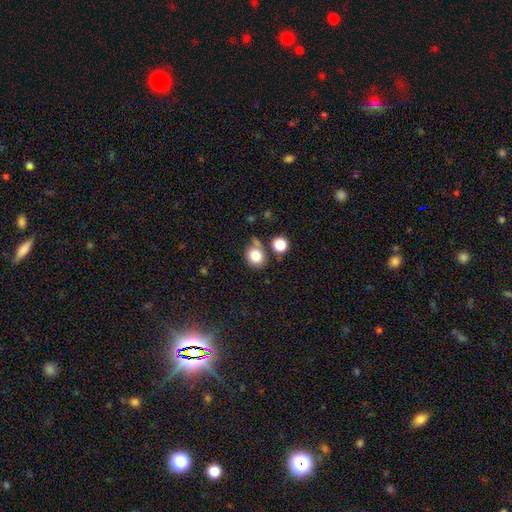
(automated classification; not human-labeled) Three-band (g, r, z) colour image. It shows a smooth galaxy with no disk features (82%) that is round (59%). Merging: none (54%).